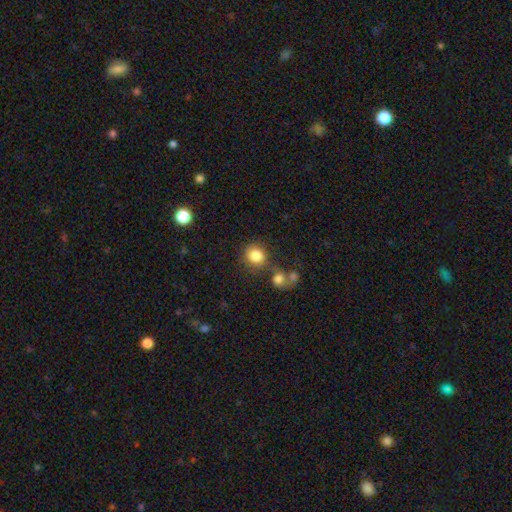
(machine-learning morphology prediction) This appears to be a smooth galaxy with no disk features (85%) that is round (84%). Merging: none (62%).